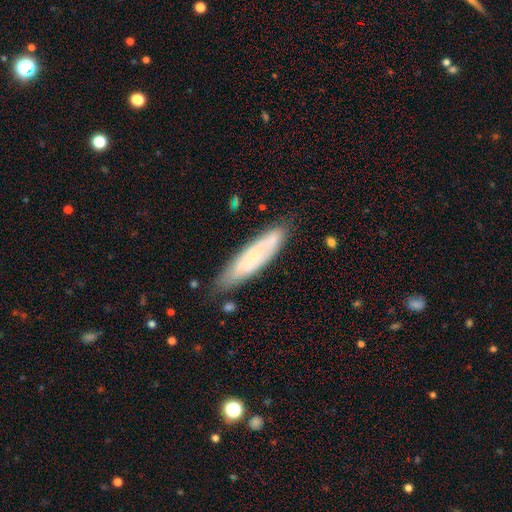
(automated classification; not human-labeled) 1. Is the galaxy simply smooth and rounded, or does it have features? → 49% smooth, 44% featured or disk, 7% star or artifact.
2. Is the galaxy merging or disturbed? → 74% none, 19% minor disturbance, 4% major disturbance, 3% merger.